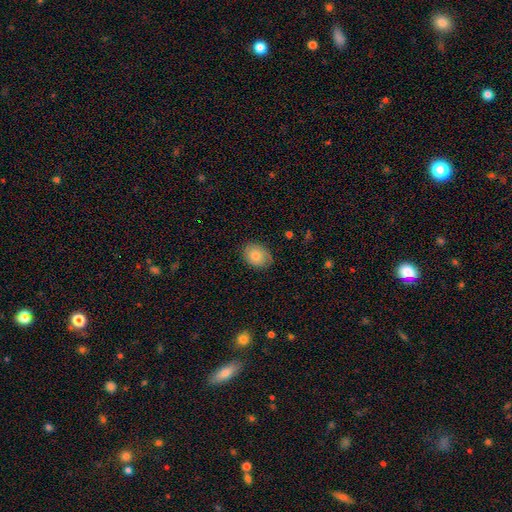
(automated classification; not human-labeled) The model was most divided on "how rounded": in between: 57%, round: 42%, cigar-shaped: 1%. More confident: merging — none (78%); smooth or featured — smooth (77%).